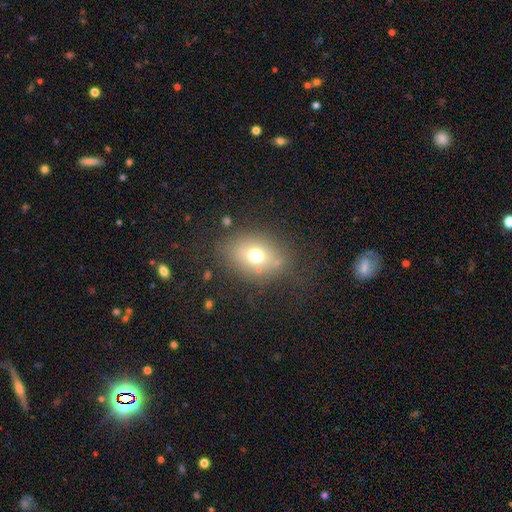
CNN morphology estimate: type=smooth (66%); roundness=in between (66%); merging=none (72%).